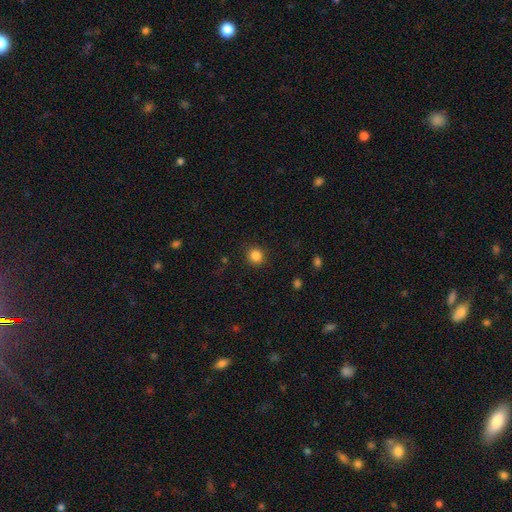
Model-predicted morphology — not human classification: smooth-or-featured: smooth: 85% | star or artifact: 11% | featured or disk: 4%
  how-rounded: round: 91% | in between: 8% | cigar-shaped: 1%
  merging: none: 91% | minor disturbance: 6% | major disturbance: 2% | merger: 1%